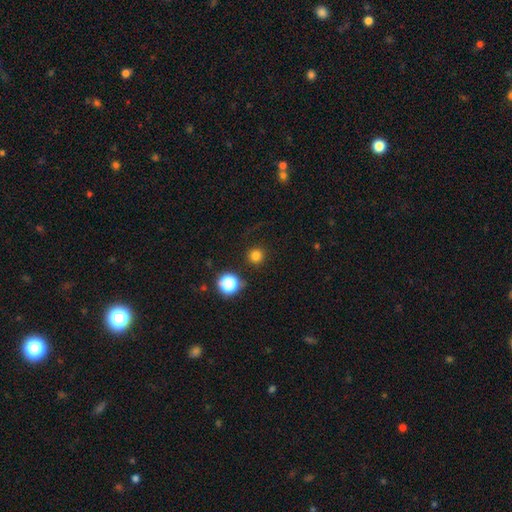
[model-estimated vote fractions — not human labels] This is likely a smooth galaxy (79%). How rounded: clearly round (96%). Merging: clearly none (89%).